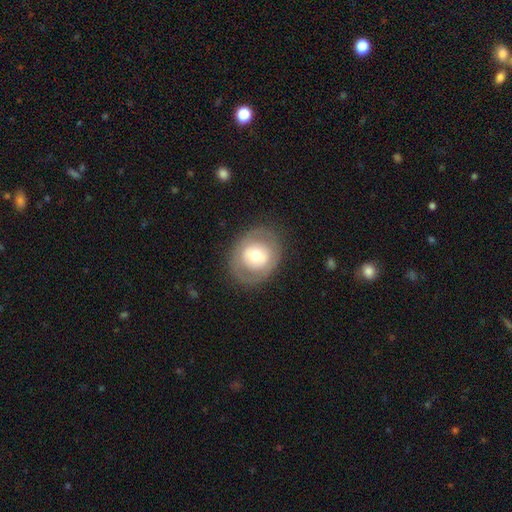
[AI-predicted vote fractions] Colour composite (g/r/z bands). It shows a smooth galaxy with no disk features (48%). Merging: none (81%).